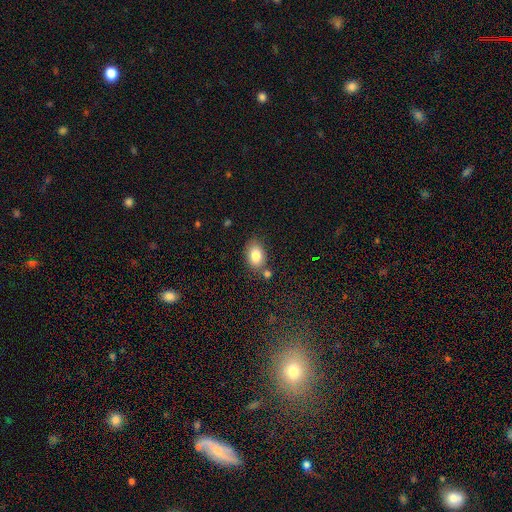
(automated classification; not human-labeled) smooth-or-featured: smooth: 83% | featured or disk: 9% | star or artifact: 8%
  how-rounded: in between: 82% | round: 17% | cigar-shaped: 1%
  merging: none: 72% | minor disturbance: 14% | merger: 10% | major disturbance: 3%